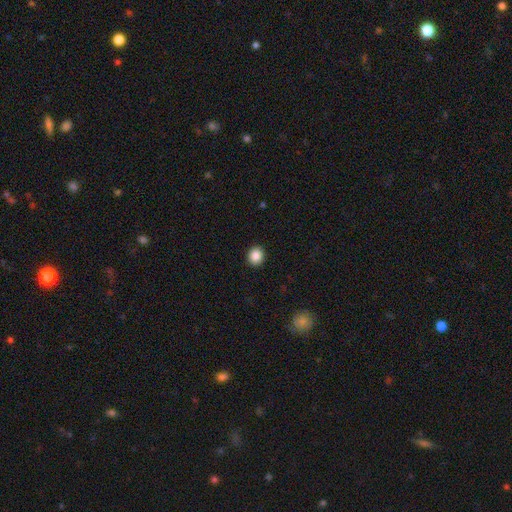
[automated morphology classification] This appears to be a smooth galaxy with no disk features (87%) that is round (76%). Merging: none (92%).